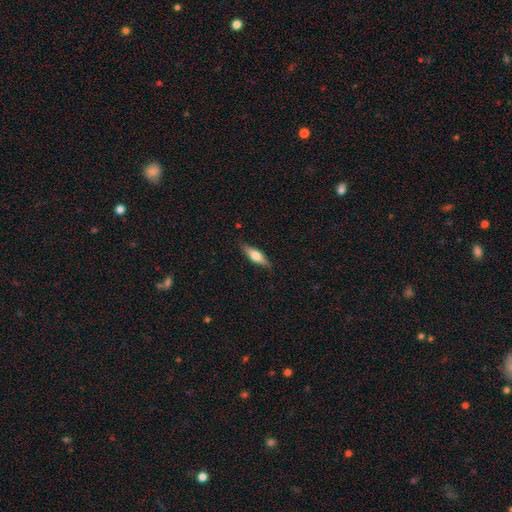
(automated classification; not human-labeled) The model was most divided on "smooth or featured": smooth: 53%, featured or disk: 41%, star or artifact: 6%. More confident: merging — none (84%); how rounded — cigar-shaped (57%).